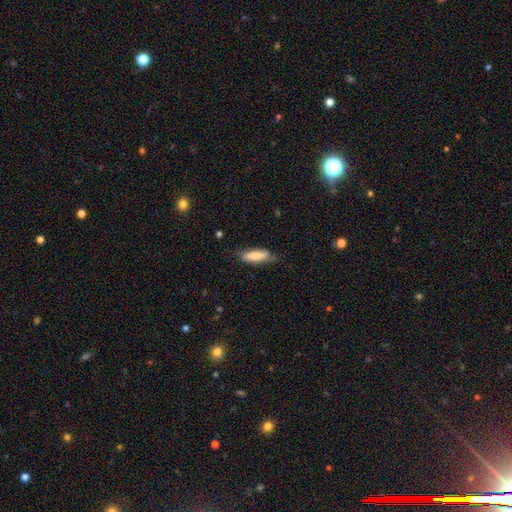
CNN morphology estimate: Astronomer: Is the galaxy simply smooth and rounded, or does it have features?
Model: smooth — 78%.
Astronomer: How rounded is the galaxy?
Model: in between — 49%, tied with cigar-shaped at 49%.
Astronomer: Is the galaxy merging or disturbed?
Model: none — 70%.